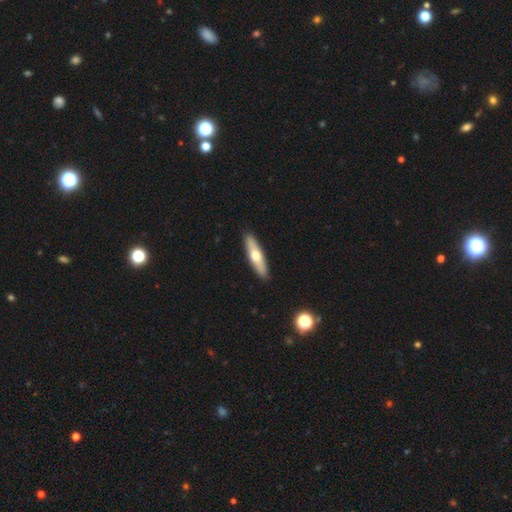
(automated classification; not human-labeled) Morphology: type=smooth (54%); roundness=cigar-shaped (73%); merging=none (91%).